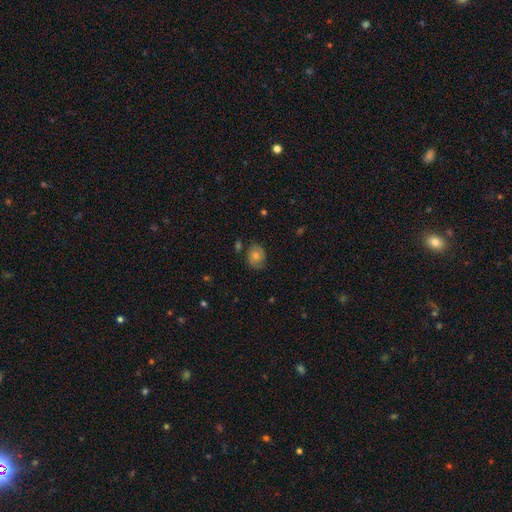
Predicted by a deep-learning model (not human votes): Smooth or featured: featured or disk — 49% (smooth — 40%)
Merging: none — 72% (minor disturbance — 19%)